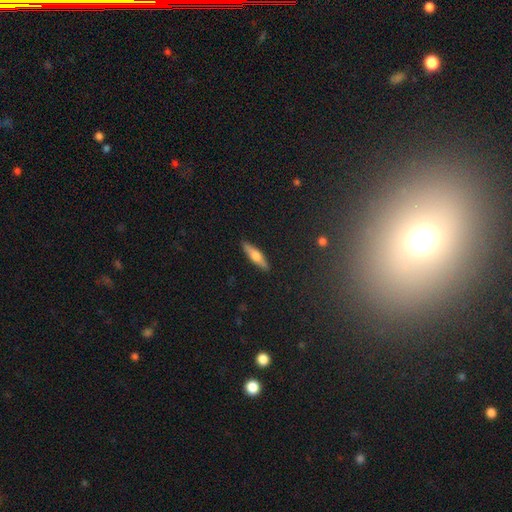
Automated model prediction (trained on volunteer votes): This appears to be a smooth galaxy with no disk features (54%) that is cigar-shaped (76%). Merging: none (90%).